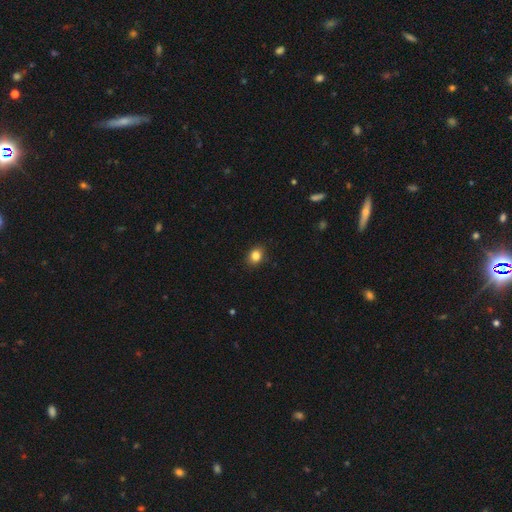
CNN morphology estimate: Smooth or featured? Predicted: smooth (p=0.85). How rounded? Predicted: in between (p=0.54). Merging? Predicted: none (p=0.87).